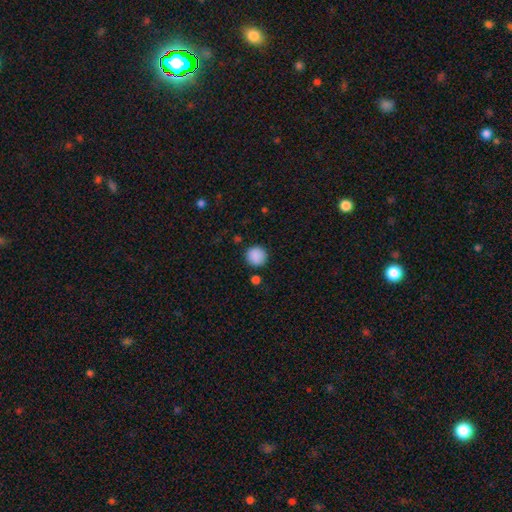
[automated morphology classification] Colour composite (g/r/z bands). It shows a smooth galaxy with no disk features (88%) that is round (93%). Merging: none (86%).